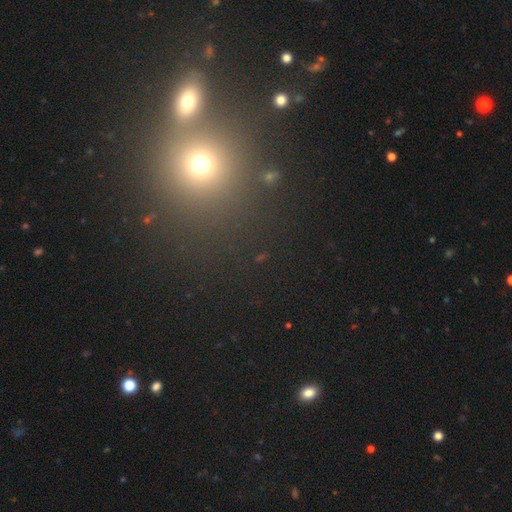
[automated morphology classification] This appears to be a star or artifact, not a galaxy (49%).